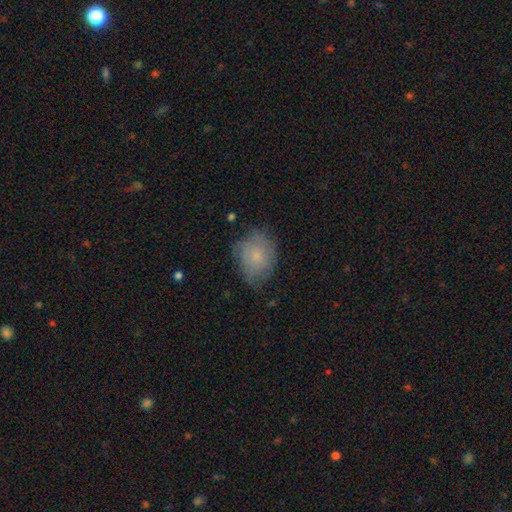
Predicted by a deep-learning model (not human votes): This appears to be a smooth galaxy with no disk features (66%) that is in between round and cigar-shaped (58%). Merging: none (59%).